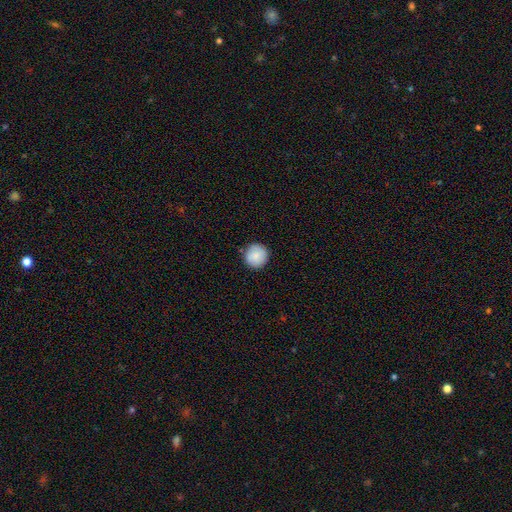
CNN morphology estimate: Overall: smooth (87%). How rounded: round (95%). Merging: none (90%).